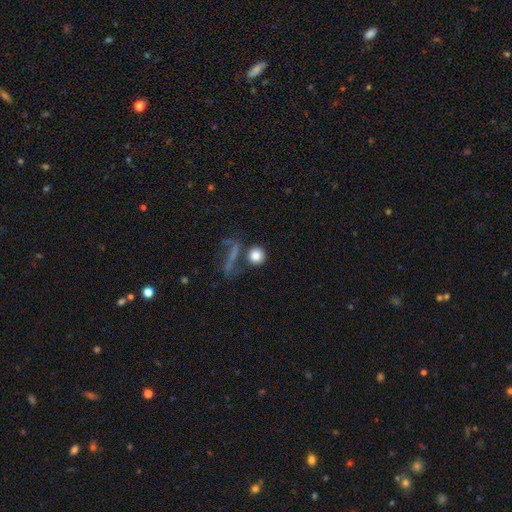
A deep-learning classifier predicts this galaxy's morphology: Smooth or featured?
  - smooth: 82% *
  - star or artifact: 10%
  - featured or disk: 8%
How rounded?
  - round: 90% *
  - in between: 7%
  - cigar-shaped: 2%
Merging?
  - none: 67% *
  - merger: 15%
  - minor disturbance: 10%
  - major disturbance: 8%